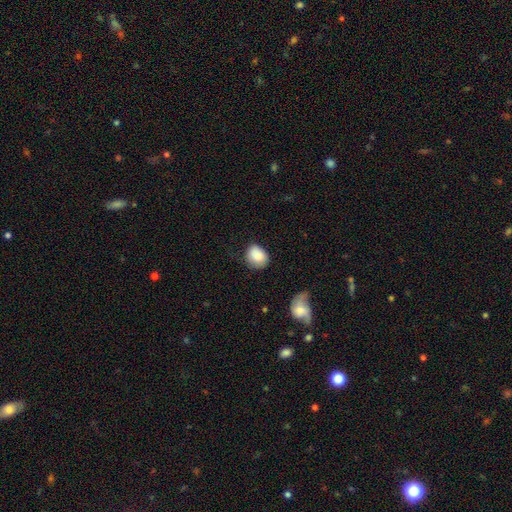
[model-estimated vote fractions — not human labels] Smooth or featured? smooth (87%)
How rounded? round (51%)
Merging? none (66%)